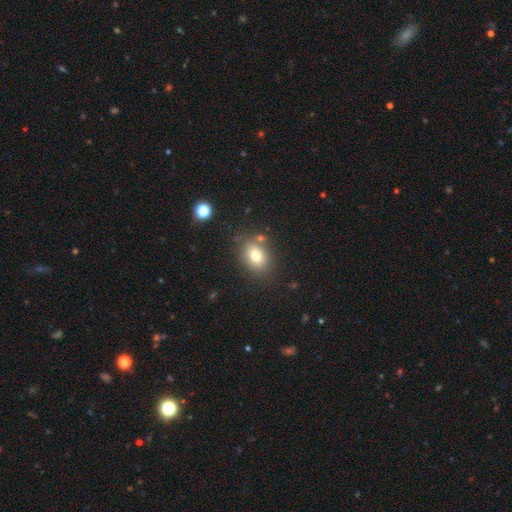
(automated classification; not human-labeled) This is likely a smooth galaxy (78%). How rounded: likely in between (66%). Merging: likely none (76%).